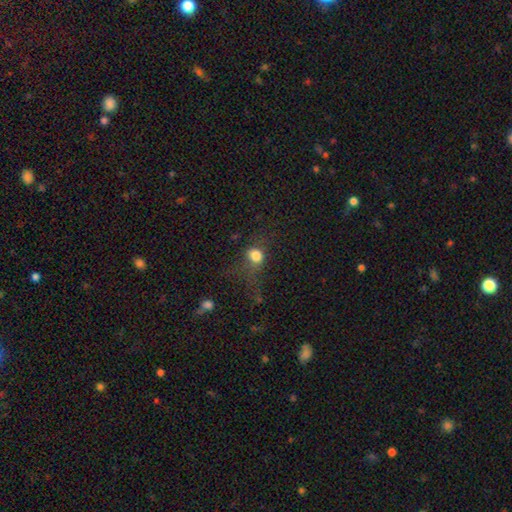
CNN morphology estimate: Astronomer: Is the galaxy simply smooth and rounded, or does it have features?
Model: smooth — 75%.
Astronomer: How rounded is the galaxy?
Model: round — 68%.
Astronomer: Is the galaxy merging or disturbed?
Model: none — 46% (runner-up: major disturbance, 29%).